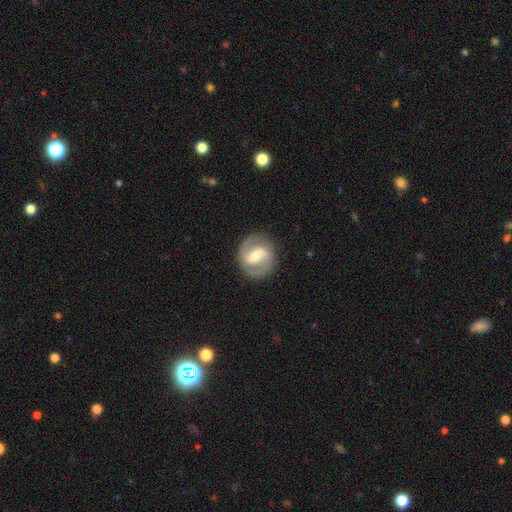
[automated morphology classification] type=featured or disk (82%); edge-on=no (97%); bar=weak (44%); spiral arms=yes (92%); winding=medium (52%); arm count=2 (91%); bulge=moderate (62%); merging=none (87%).